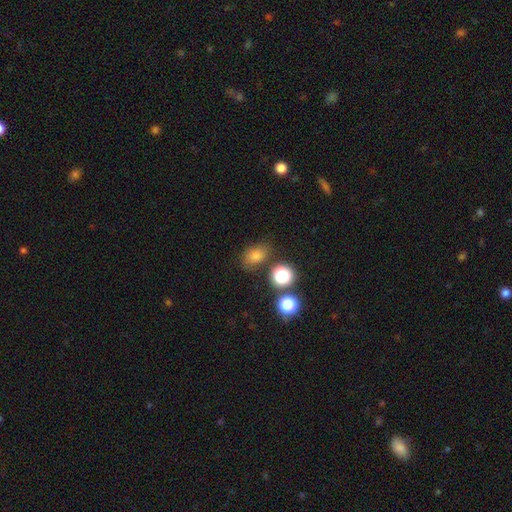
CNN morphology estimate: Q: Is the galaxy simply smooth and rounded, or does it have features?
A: smooth — 69%.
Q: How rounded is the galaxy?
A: in between — 66%.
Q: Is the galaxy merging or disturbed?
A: none — 72%.